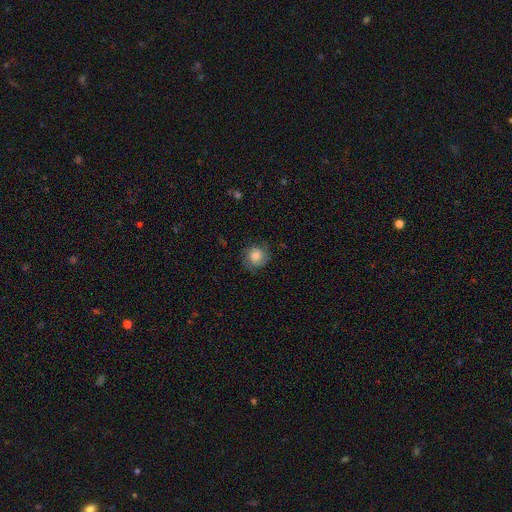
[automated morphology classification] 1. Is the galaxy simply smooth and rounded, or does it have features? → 67% smooth, 24% featured or disk, 9% star or artifact.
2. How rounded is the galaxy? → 86% round, 13% in between, 1% cigar-shaped.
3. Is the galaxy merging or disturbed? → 74% none, 19% minor disturbance, 7% major disturbance, 1% merger.